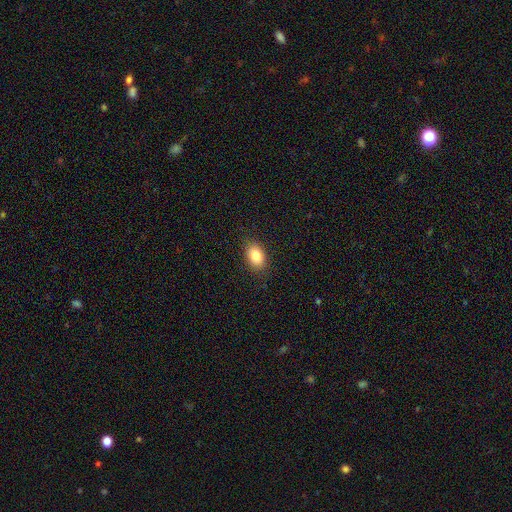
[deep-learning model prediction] smooth 85%, star or artifact 8%, featured or disk 7%. Down the decision tree: how rounded — in between (85%); merging — none (87%).